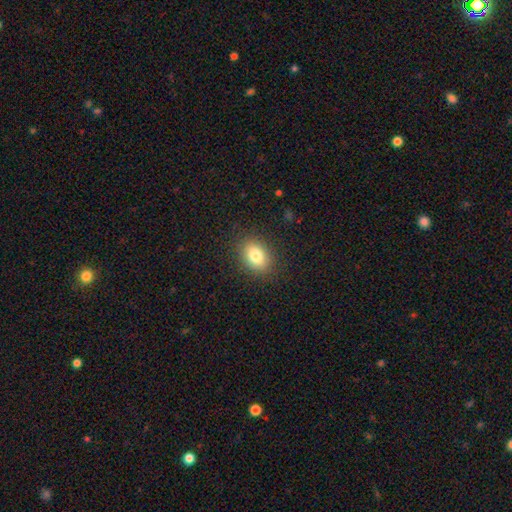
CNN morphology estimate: A smooth galaxy with no disk features (82%) that is in between round and cigar-shaped (74%).

Vote fractions:
- Smooth or featured? smooth: 82% / star or artifact: 9% / featured or disk: 9%
- How rounded? in between: 74% / round: 25% / cigar-shaped: 1%
- Merging? none: 87% / minor disturbance: 9% / major disturbance: 3% / merger: 1%